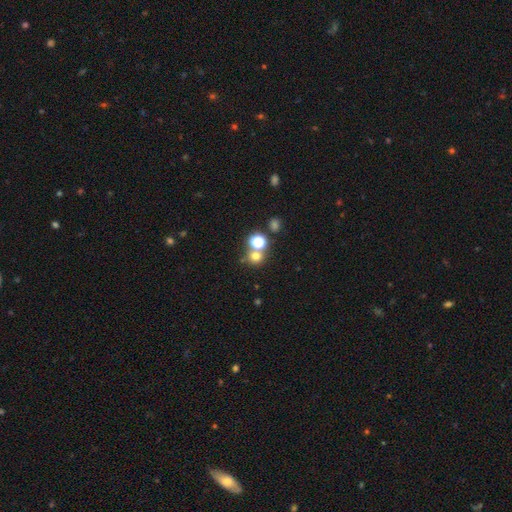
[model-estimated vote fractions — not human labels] Overall: smooth (68%). How rounded: round (87%). Merging: none (61%; merger 28%).